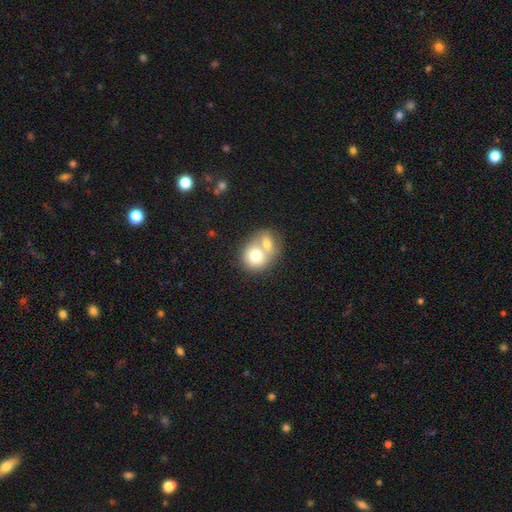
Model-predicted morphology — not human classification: Smooth or featured?
  - smooth: 70% *
  - featured or disk: 22%
  - star or artifact: 9%
How rounded?
  - round: 67% *
  - in between: 32%
  - cigar-shaped: 1%
Merging?
  - merger: 68% *
  - none: 22%
  - minor disturbance: 6%
  - major disturbance: 3%